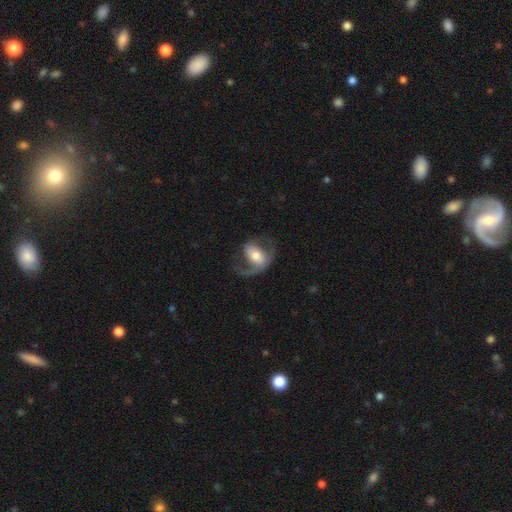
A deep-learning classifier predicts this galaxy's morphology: Smooth or featured: featured or disk — 64% (smooth — 29%)
Edge-on disk: no — 95% (yes — 5%)
Bar: no — 37% (weak — 35%)
Spiral arms: yes — 77% (no — 23%)
Bulge size: moderate — 61% (small — 17%)
Merging: none — 43% (major disturbance — 35%)